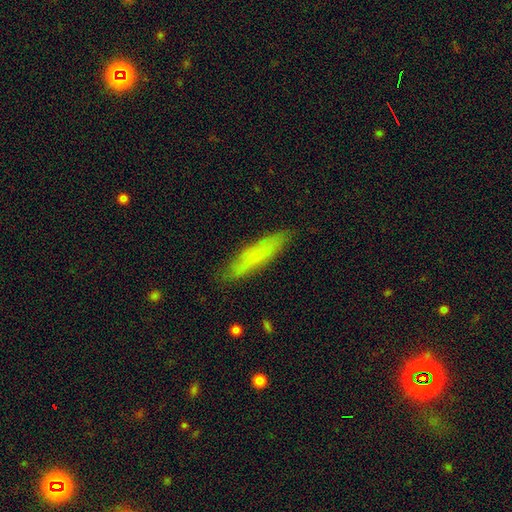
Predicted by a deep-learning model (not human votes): The model was most divided on "smooth or featured": smooth: 63%, featured or disk: 30%, star or artifact: 7%. More confident: how rounded — cigar-shaped (82%); merging — none (82%).